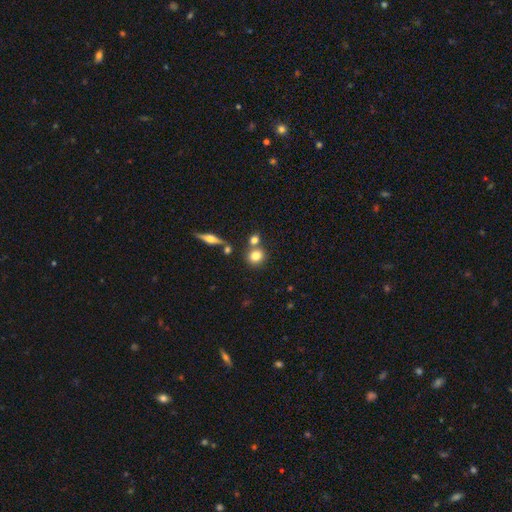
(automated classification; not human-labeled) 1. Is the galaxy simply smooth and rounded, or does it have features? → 78% smooth, 13% featured or disk, 10% star or artifact.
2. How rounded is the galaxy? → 78% round, 21% in between, 2% cigar-shaped.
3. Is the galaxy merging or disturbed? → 67% none, 20% merger, 10% minor disturbance, 3% major disturbance.